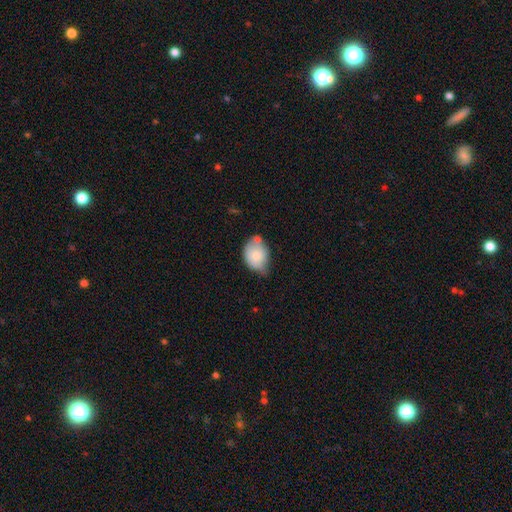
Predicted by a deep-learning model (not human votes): The model was most divided on "merging": minor disturbance: 40%, none: 36%, merger: 14%, major disturbance: 10%. More confident: smooth or featured — smooth (76%); how rounded — in between (65%).